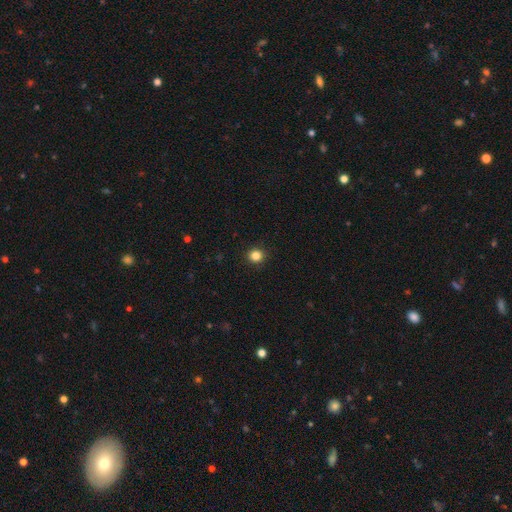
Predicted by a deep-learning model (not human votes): This appears to be a smooth galaxy with no disk features (84%) that is round (91%). Merging: none (92%).